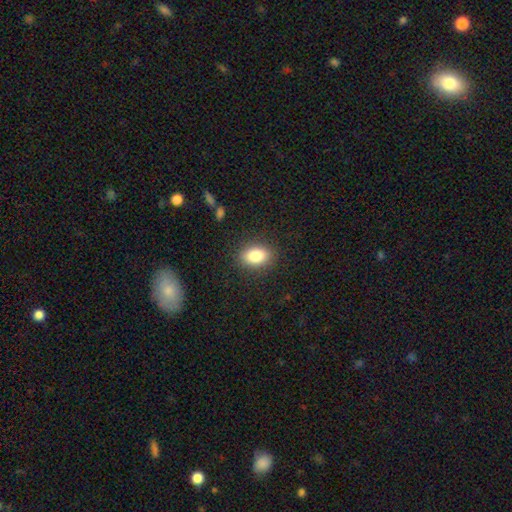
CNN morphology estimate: type=smooth (85%); roundness=in between (78%); merging=none (87%).